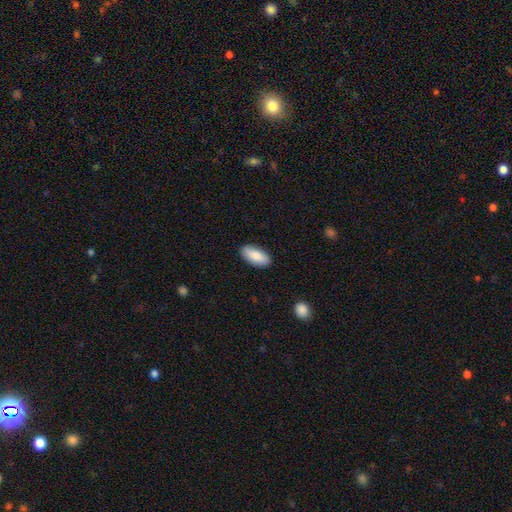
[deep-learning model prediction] Smooth or featured: smooth — 84% (featured or disk — 11%)
How rounded: in between — 89% (cigar-shaped — 9%)
Merging: none — 89% (minor disturbance — 8%)